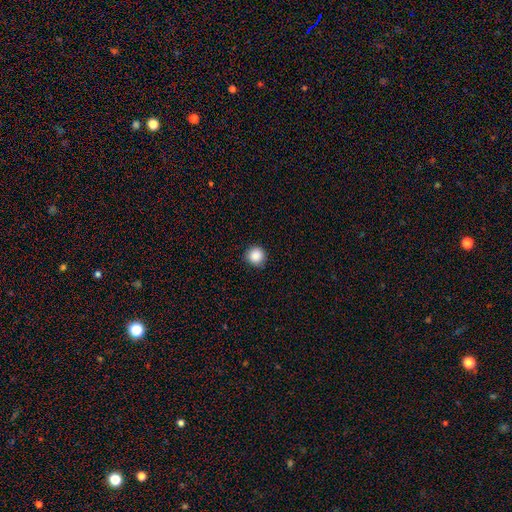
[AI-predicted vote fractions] smooth_or_featured: smooth (p=0.88) [alt: star or artifact p=0.10]
how_rounded: round (p=0.95) [alt: in between p=0.04]
merging: none (p=0.89) [alt: minor disturbance p=0.08]